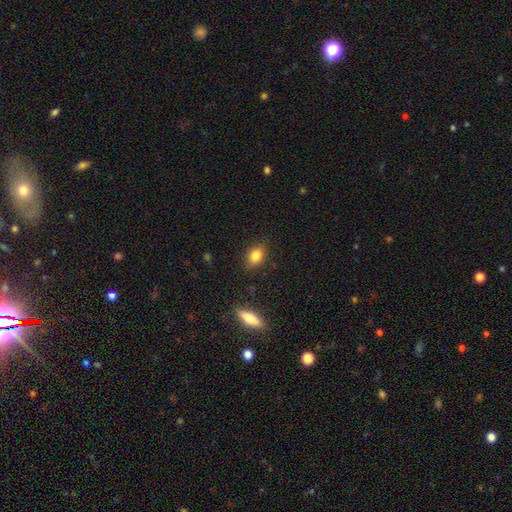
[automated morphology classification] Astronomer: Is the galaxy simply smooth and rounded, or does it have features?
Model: smooth — 82%.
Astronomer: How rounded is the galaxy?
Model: in between — 78%.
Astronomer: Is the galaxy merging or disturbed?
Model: none — 84%.